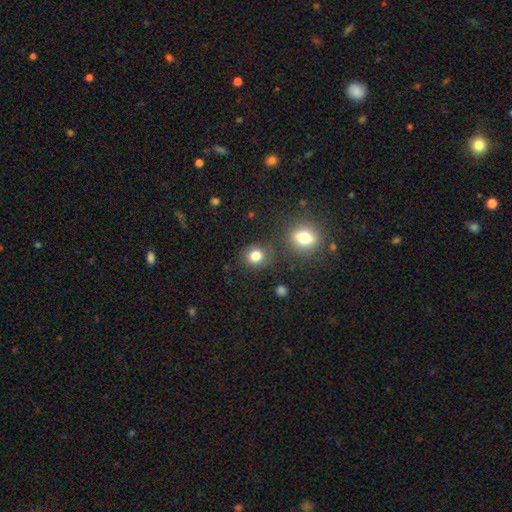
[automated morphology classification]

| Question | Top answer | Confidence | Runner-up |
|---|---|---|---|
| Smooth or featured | smooth | 81% | star or artifact (12%) |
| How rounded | round | 80% | in between (19%) |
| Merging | none | 80% | minor disturbance (10%) |